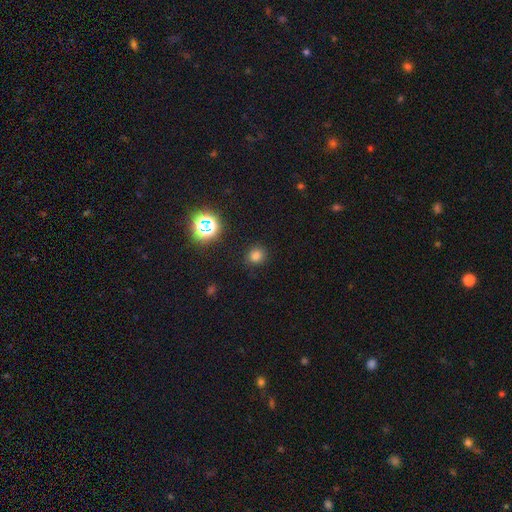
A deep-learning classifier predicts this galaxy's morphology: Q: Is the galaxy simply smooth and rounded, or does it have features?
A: smooth — 74%.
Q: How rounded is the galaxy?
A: round — 82%.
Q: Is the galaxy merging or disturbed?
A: none — 86%.